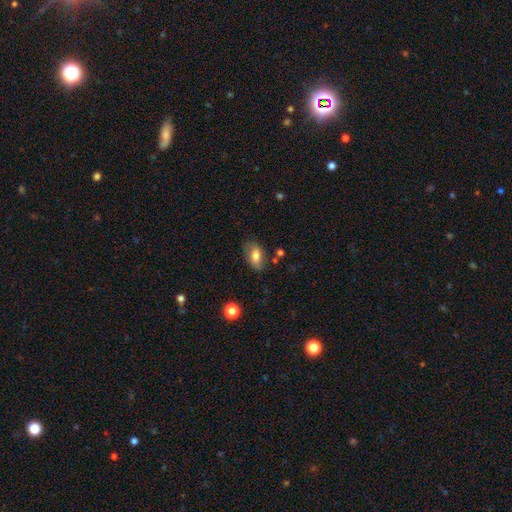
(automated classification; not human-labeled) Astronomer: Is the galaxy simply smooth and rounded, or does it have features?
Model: smooth — 71%.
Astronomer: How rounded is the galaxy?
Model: in between — 89%.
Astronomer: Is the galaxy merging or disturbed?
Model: none — 73%.